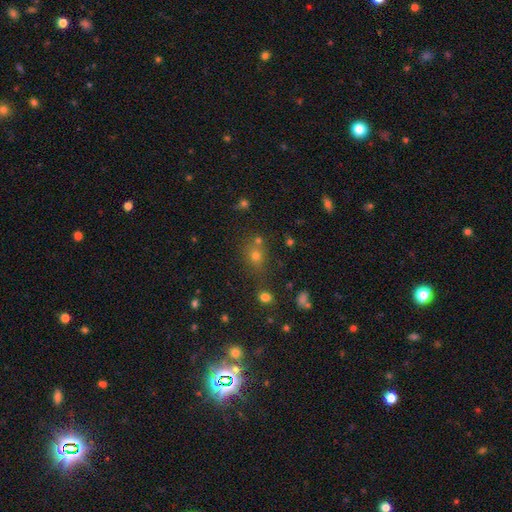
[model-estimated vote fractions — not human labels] Smooth or featured? smooth (60%)
How rounded? round (75%)
Merging? none (68%)